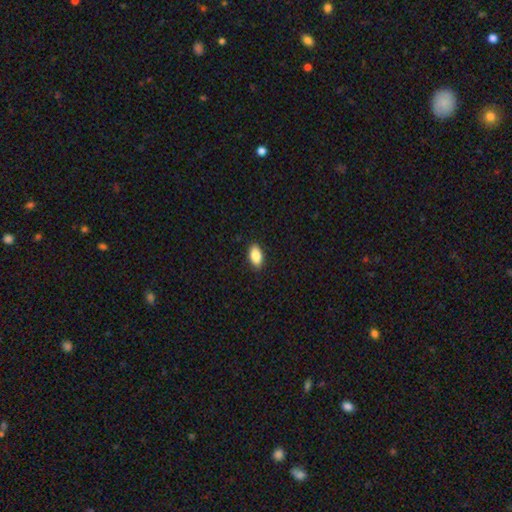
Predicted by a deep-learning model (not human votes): The model was most divided on "smooth or featured": smooth: 86%, featured or disk: 7%, star or artifact: 7%. More confident: how rounded — in between (91%); merging — none (90%).